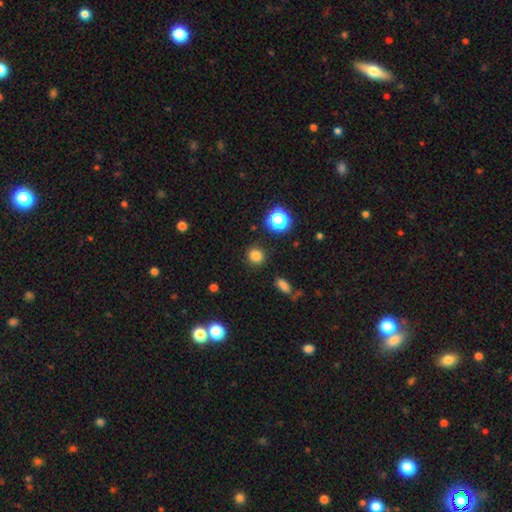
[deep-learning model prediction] Q: Smooth or featured?
A: smooth (82%); runner-up: star or artifact (14%)
Q: How rounded?
A: round (83%); runner-up: in between (16%)
Q: Merging?
A: none (88%); runner-up: minor disturbance (8%)